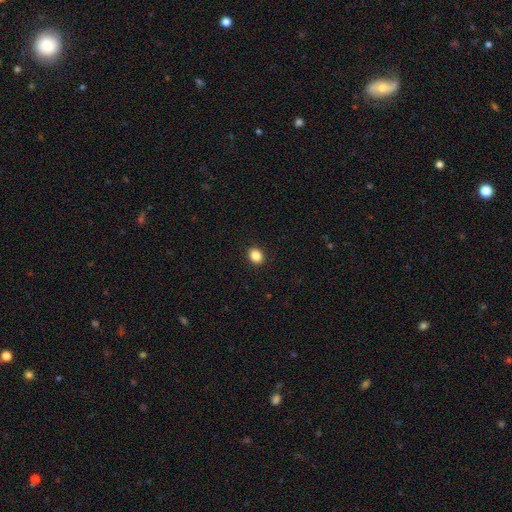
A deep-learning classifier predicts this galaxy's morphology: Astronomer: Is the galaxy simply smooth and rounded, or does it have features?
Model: smooth — 86%.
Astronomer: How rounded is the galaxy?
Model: round — 54% (runner-up: in between, 45%).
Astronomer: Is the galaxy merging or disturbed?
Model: none — 91%.